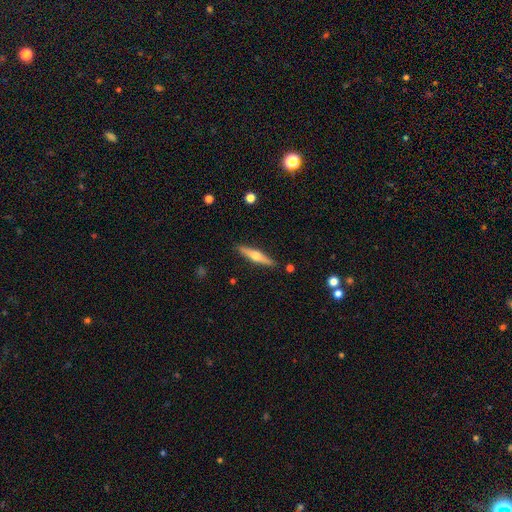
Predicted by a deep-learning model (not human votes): The model was most divided on "smooth or featured": featured or disk: 60%, smooth: 34%, star or artifact: 5%. More confident: edge-on disk — yes (97%); edge-on bulge — rounded (92%); merging — none (90%).